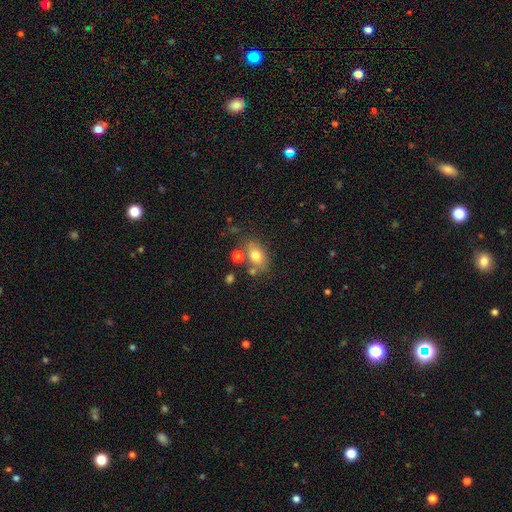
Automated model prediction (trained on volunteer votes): Smooth or featured? smooth (74%)
How rounded? in between (78%)
Merging? none (66%)